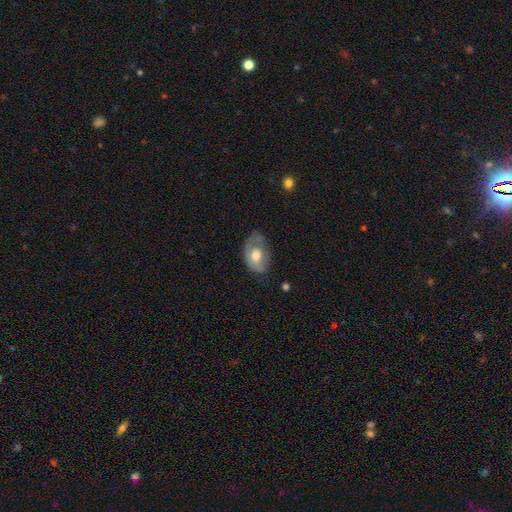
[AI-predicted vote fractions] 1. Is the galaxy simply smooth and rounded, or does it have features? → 48% featured or disk, 46% smooth, 6% star or artifact.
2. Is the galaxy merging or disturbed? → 46% none, 32% minor disturbance, 20% major disturbance, 2% merger.